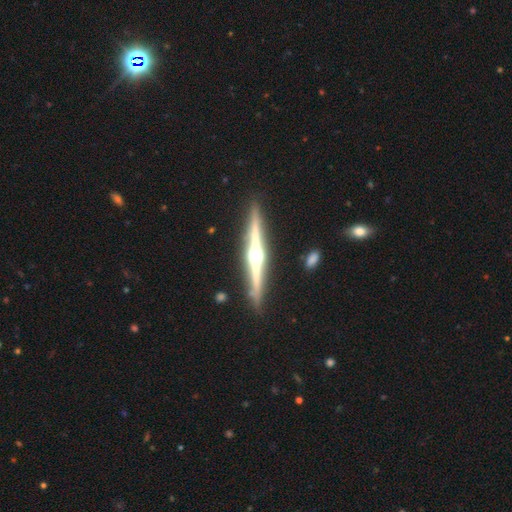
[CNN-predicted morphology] type=featured or disk (84%); edge-on=yes (98%); edge-on bulge=rounded (94%); merging=none (90%).